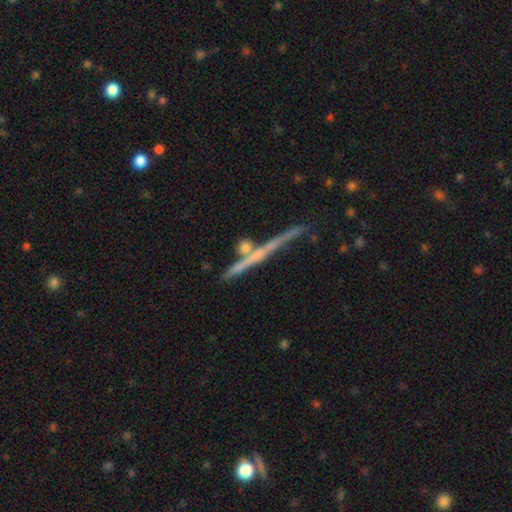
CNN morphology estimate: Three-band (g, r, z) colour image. It shows a featured or disk galaxy (68%) viewed edge-on (96%) with no central bulge (61%). Merging: none (72%).